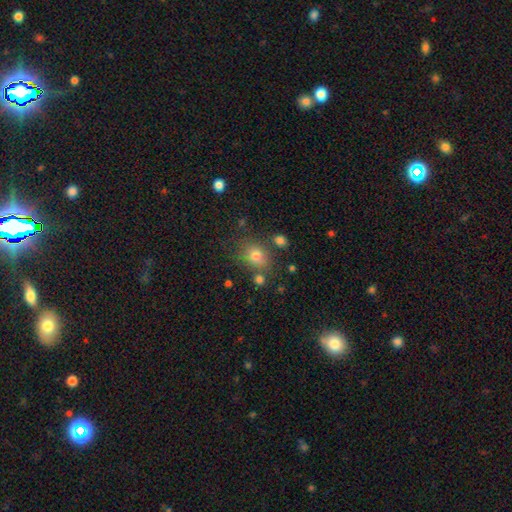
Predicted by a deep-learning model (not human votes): smooth-or-featured: smooth: 76% | star or artifact: 15% | featured or disk: 9%
  how-rounded: round: 53% | in between: 46% | cigar-shaped: 1%
  merging: none: 71% | minor disturbance: 15% | merger: 9% | major disturbance: 5%